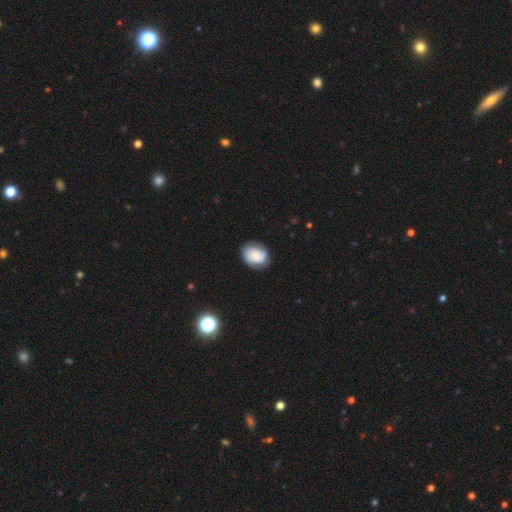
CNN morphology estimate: Q: Smooth or featured?
A: smooth (62%); runner-up: featured or disk (30%)
Q: How rounded?
A: in between (53%); runner-up: round (46%)
Q: Merging?
A: none (75%); runner-up: minor disturbance (19%)